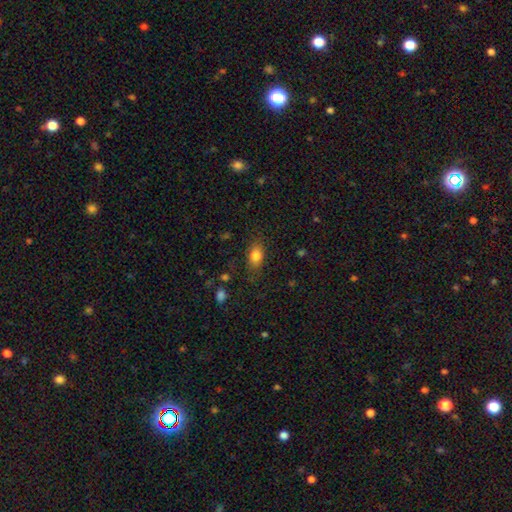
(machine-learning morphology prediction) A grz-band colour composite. It shows a smooth galaxy with no disk features (82%) that is in between round and cigar-shaped (82%). Merging: none (79%).